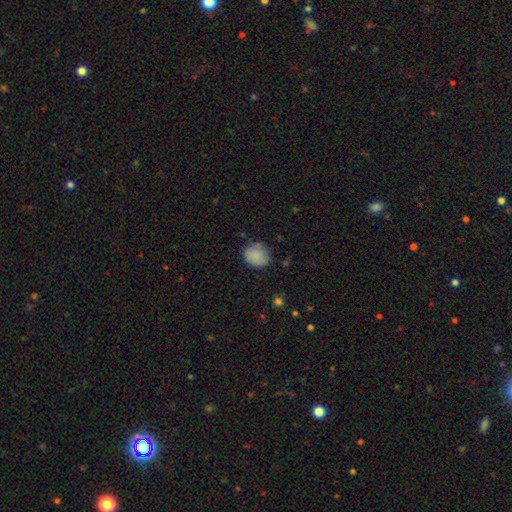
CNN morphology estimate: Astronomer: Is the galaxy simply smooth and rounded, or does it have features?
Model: smooth — 84%.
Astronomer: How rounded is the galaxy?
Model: round — 78%.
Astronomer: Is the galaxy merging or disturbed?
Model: none — 75%.